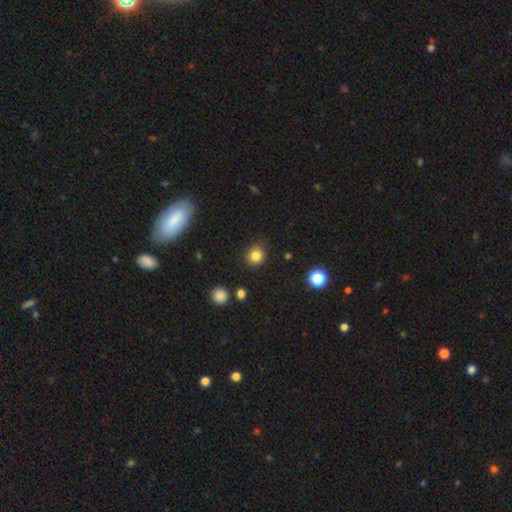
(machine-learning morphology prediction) type=smooth (83%); roundness=round (82%); merging=none (83%).